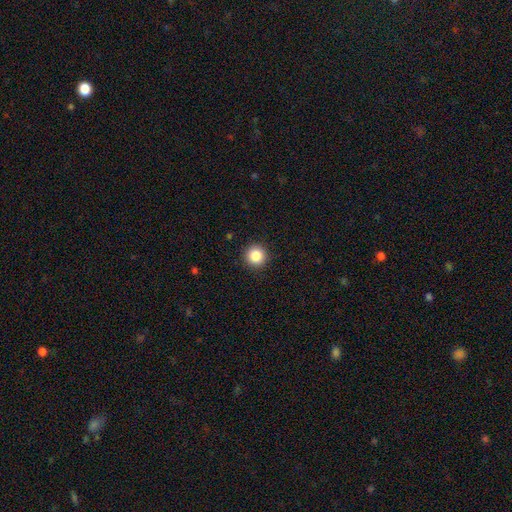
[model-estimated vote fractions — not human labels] smooth 86%, star or artifact 10%, featured or disk 4%. Down the decision tree: how rounded — round (95%); merging — none (92%).